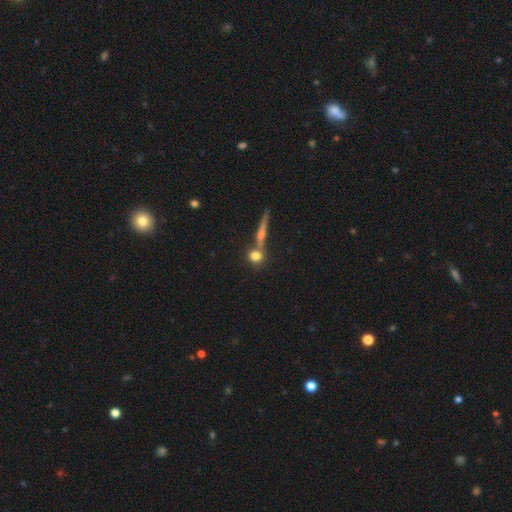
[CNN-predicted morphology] Overall: smooth (69%). How rounded: round (73%). Merging: none (56%; merger 30%).